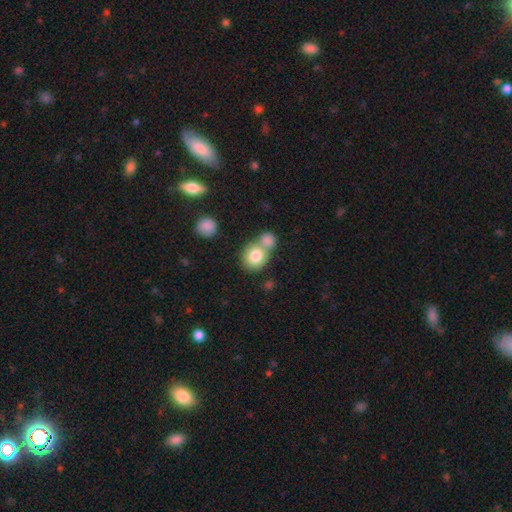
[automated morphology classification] Smooth or featured? smooth (80%)
How rounded? round (73%)
Merging? merger (52%)